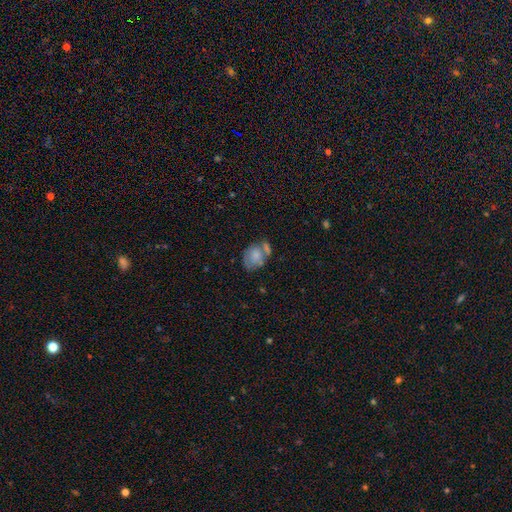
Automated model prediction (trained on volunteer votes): smooth 64%, featured or disk 27%, star or artifact 8%. Down the decision tree: how rounded — in between (64%); merging — none (36%).